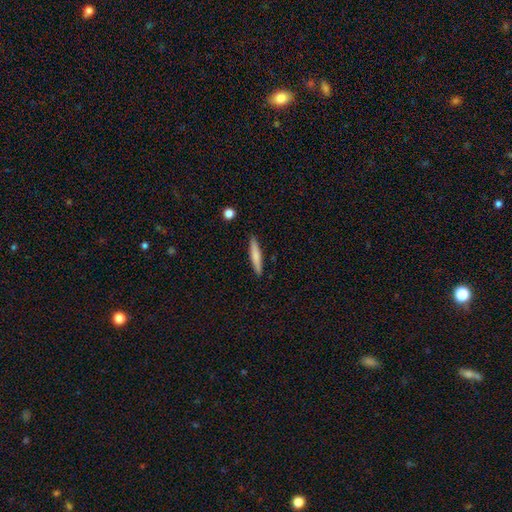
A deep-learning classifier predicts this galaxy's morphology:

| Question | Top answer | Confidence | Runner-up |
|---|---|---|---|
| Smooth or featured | smooth | 69% | featured or disk (26%) |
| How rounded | cigar-shaped | 92% | in between (6%) |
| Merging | none | 90% | minor disturbance (7%) |